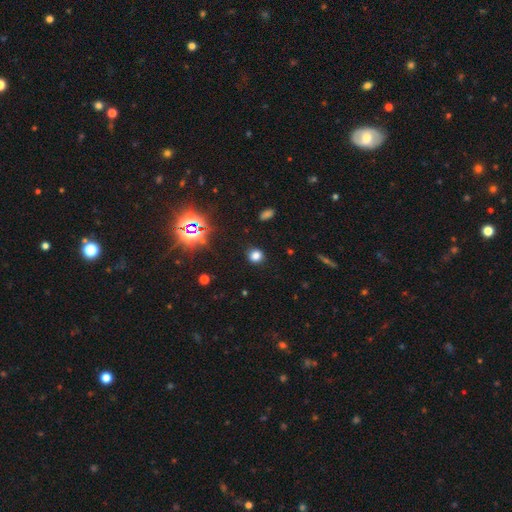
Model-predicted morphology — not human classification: Smooth or featured: smooth — 74% (star or artifact — 20%)
How rounded: round — 85% (in between — 14%)
Merging: none — 89% (minor disturbance — 7%)